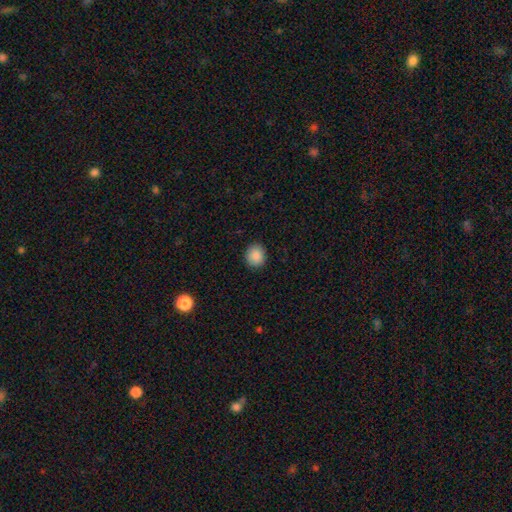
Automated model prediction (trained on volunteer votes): Morphology: type=smooth (88%); roundness=round (80%); merging=none (90%).